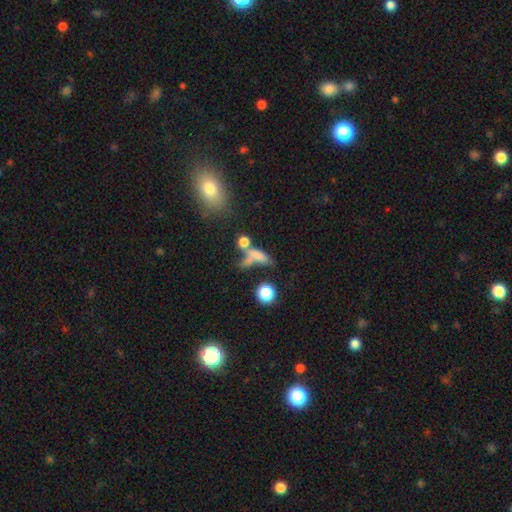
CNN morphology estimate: smooth 62%, featured or disk 22%, star or artifact 16%. Down the decision tree: how rounded — in between (42%); merging — merger (37%).